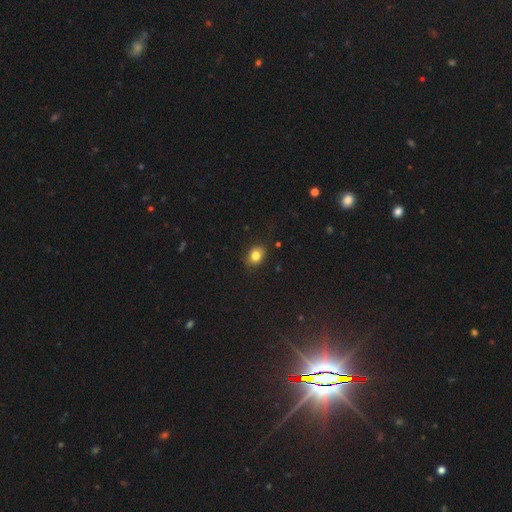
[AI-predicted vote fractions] Overall: smooth (82%). How rounded: in between (56%; round 43%). Merging: none (84%).